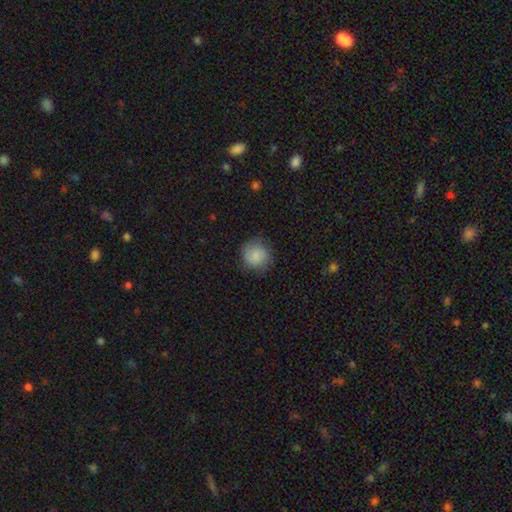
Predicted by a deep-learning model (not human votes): smooth-or-featured: smooth: 84% | featured or disk: 8% | star or artifact: 8%
  how-rounded: round: 91% | in between: 8% | cigar-shaped: 1%
  merging: none: 80% | minor disturbance: 14% | major disturbance: 4% | merger: 1%